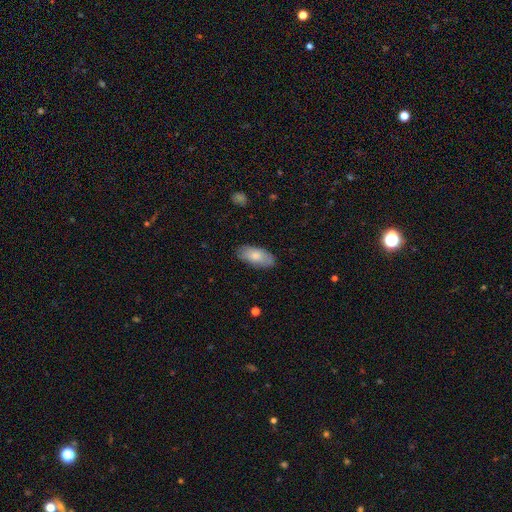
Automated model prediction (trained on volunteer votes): Smooth or featured? smooth (80%)
How rounded? in between (91%)
Merging? none (84%)